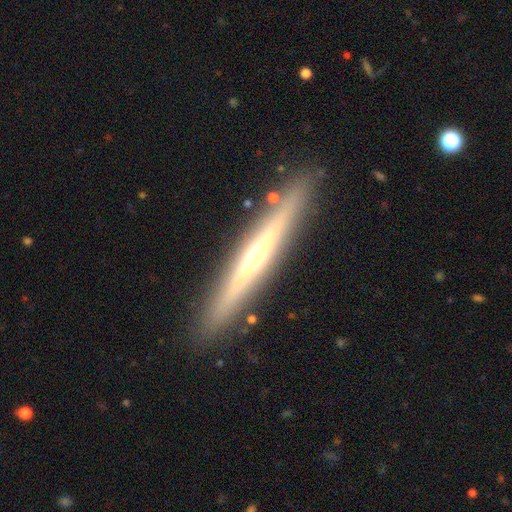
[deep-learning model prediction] Overall: featured or disk (69%). Edge-on disk: yes (95%). Edge-on bulge: rounded (66%). Merging: none (89%).